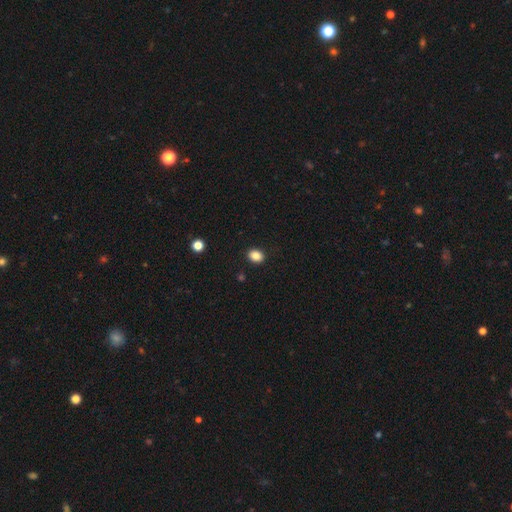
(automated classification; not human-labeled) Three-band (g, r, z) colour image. It shows a smooth galaxy with no disk features (87%) that is in between round and cigar-shaped (57%). Merging: none (90%).